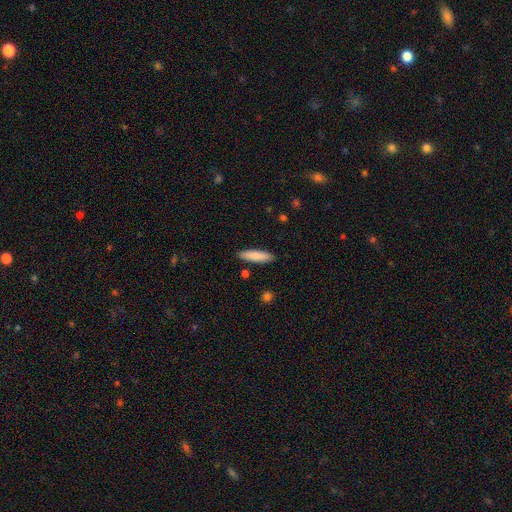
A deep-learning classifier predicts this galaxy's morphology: This is clearly a smooth galaxy (84%). How rounded: likely cigar-shaped (72%). Merging: clearly none (88%).